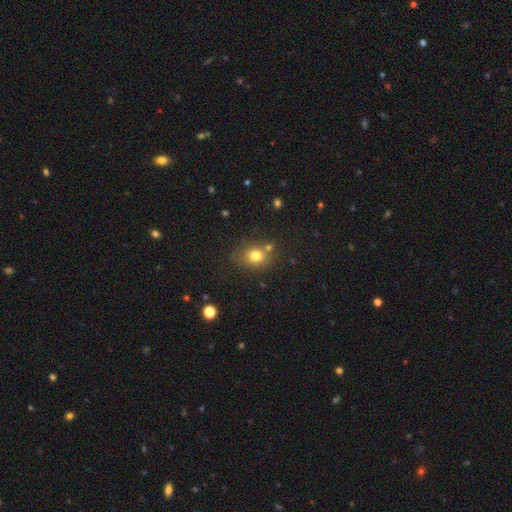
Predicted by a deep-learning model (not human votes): Smooth or featured?
  - smooth: 77% *
  - star or artifact: 13%
  - featured or disk: 10%
How rounded?
  - round: 57% *
  - in between: 42%
  - cigar-shaped: 1%
Merging?
  - none: 73% *
  - minor disturbance: 13%
  - merger: 10%
  - major disturbance: 4%